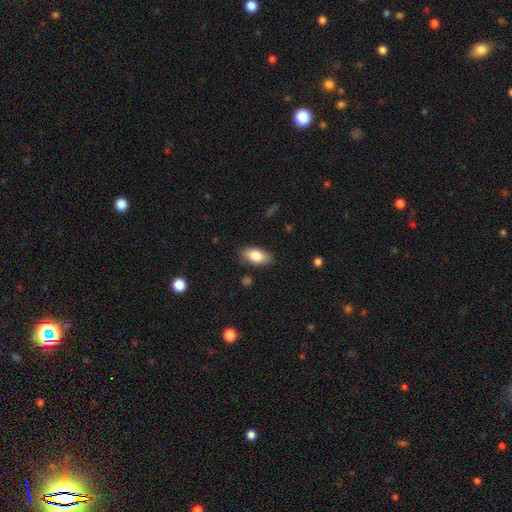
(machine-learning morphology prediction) The model was most divided on "merging": none: 84%, minor disturbance: 12%, major disturbance: 3%, merger: 1%. More confident: how rounded — in between (90%); smooth or featured — smooth (83%).